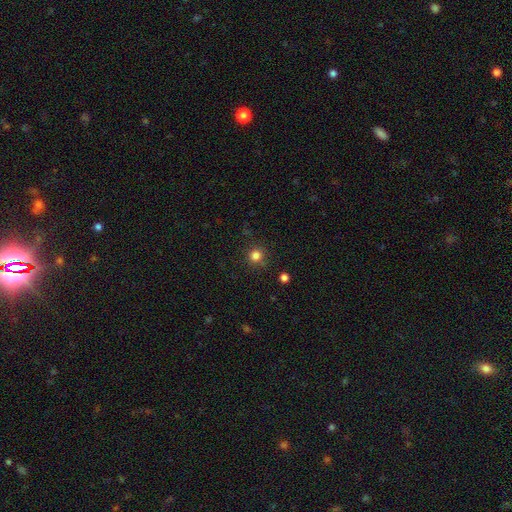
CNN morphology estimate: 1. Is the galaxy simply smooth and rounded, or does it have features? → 82% smooth, 14% star or artifact, 4% featured or disk.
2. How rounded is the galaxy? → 93% round, 6% in between, 1% cigar-shaped.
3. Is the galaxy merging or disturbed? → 87% none, 9% minor disturbance, 3% major disturbance, 2% merger.